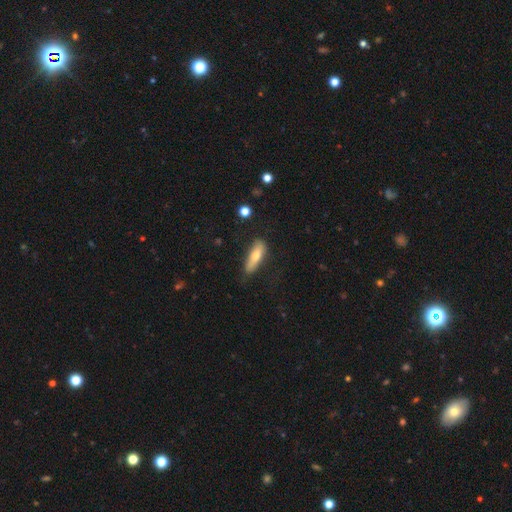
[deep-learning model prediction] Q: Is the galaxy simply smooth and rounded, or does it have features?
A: smooth — 66%.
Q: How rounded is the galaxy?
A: cigar-shaped — 57%.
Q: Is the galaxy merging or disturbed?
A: none — 70%.